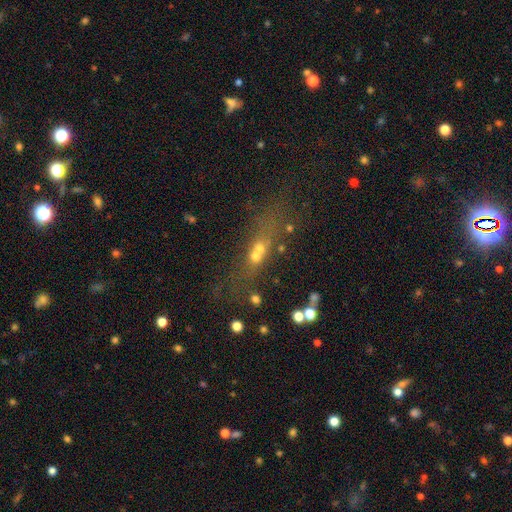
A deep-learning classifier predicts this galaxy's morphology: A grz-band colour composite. It shows a smooth galaxy with no disk features (39%). Merging: none (62%).